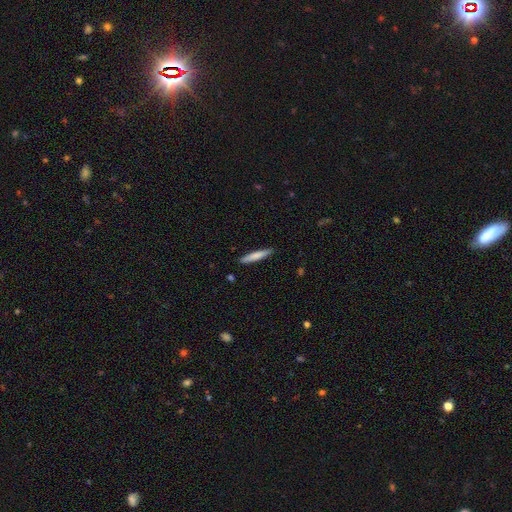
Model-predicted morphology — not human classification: Smooth or featured? Predicted: smooth (p=0.74). How rounded? Predicted: cigar-shaped (p=0.93). Merging? Predicted: none (p=0.89).